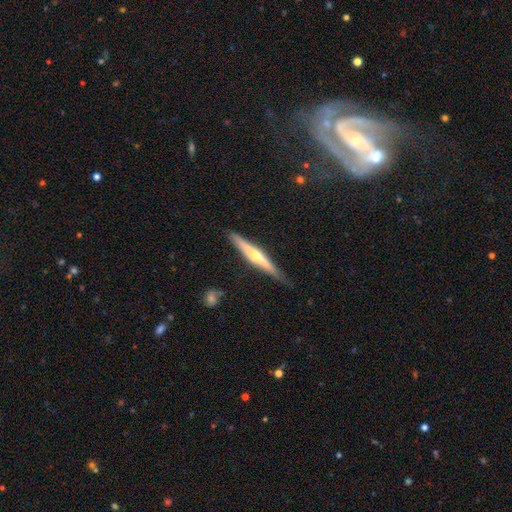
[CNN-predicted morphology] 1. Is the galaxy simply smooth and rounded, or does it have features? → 65% featured or disk, 30% smooth, 6% star or artifact.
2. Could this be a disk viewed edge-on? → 96% yes, 4% no.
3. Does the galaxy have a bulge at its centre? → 80% rounded, 15% none, 5% boxy.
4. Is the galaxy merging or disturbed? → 84% none, 12% minor disturbance, 2% major disturbance, 1% merger.